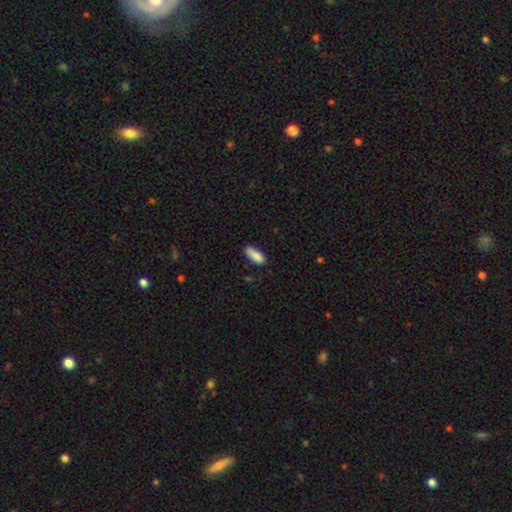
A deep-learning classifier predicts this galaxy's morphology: A smooth galaxy with no disk features (88%) that is in between round and cigar-shaped (81%). Merging: none (73%).